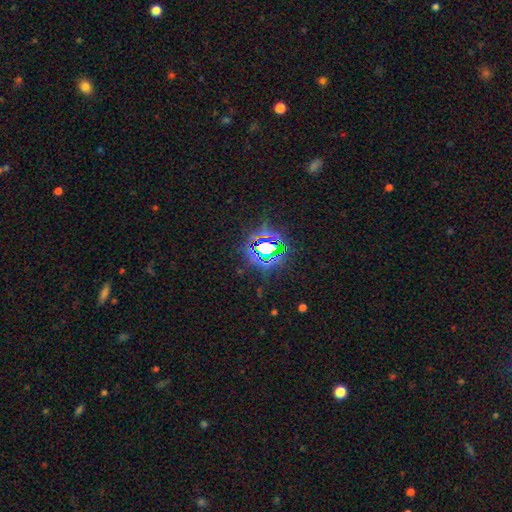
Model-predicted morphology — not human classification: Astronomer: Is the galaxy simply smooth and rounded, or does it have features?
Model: star or artifact — 80%.